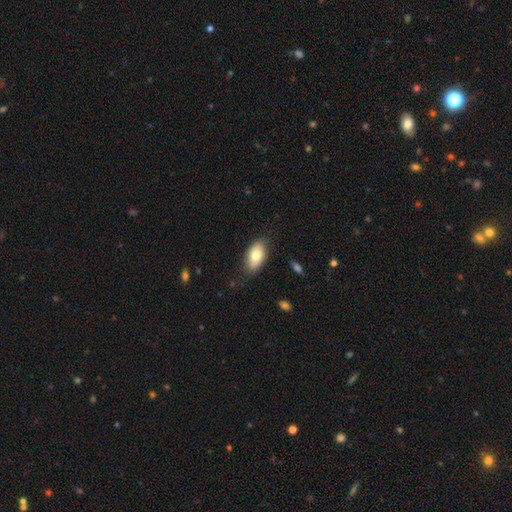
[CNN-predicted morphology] A smooth galaxy with no disk features (76%) that is in between round and cigar-shaped (93%).

Vote fractions:
- Smooth or featured? smooth: 76% / featured or disk: 17% / star or artifact: 6%
- How rounded? in between: 93% / round: 4% / cigar-shaped: 3%
- Merging? none: 79% / minor disturbance: 16% / major disturbance: 3% / merger: 1%